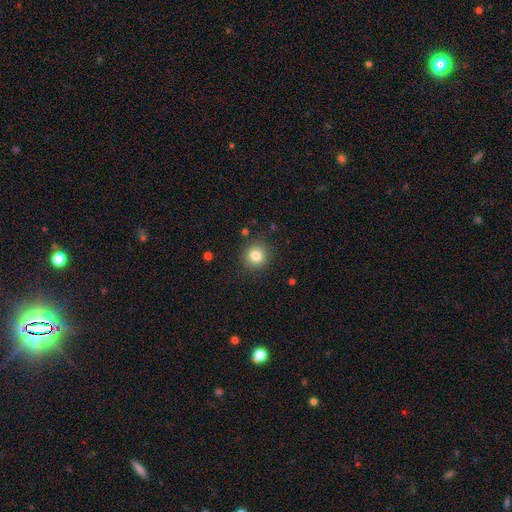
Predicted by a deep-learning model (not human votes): Overall: smooth (81%). How rounded: round (92%). Merging: none (89%).